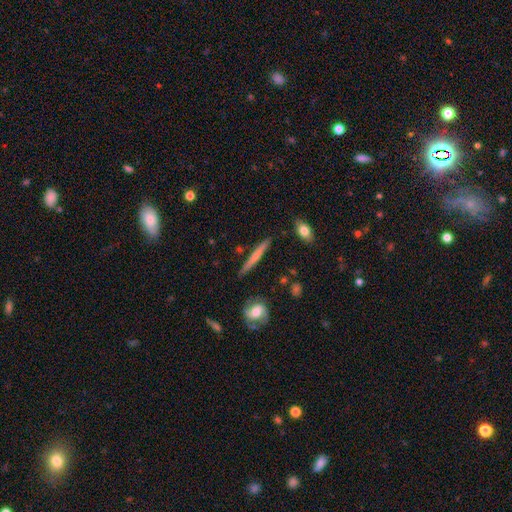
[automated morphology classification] Smooth or featured: featured or disk — 53% (smooth — 41%)
Edge-on disk: yes — 94% (no — 6%)
Merging: none — 87% (minor disturbance — 9%)